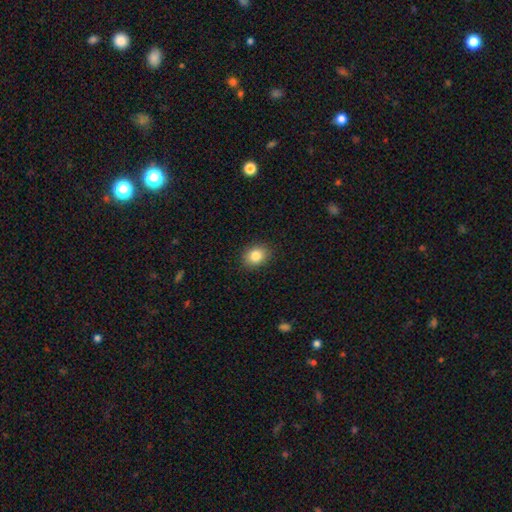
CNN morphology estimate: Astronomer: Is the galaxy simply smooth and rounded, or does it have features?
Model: smooth — 84%.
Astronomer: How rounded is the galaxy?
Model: in between — 56% (runner-up: round, 43%).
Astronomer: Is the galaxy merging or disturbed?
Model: none — 89%.